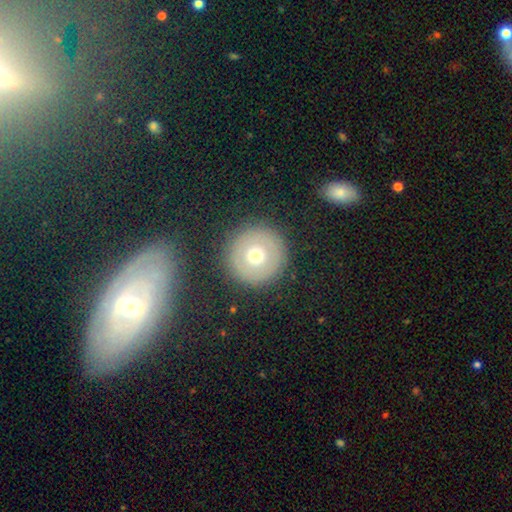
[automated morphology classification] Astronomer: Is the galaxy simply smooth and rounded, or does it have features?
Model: smooth — 62%.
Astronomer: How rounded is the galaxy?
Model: round — 96%.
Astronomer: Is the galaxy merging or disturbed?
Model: none — 88%.